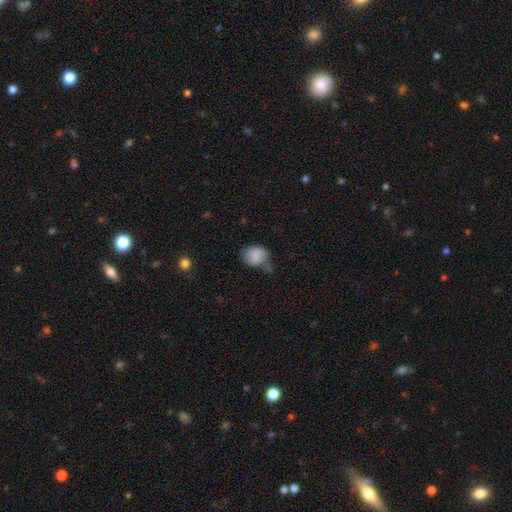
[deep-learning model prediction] A smooth galaxy with no disk features (80%) that is round (58%). Merging: none (53%).